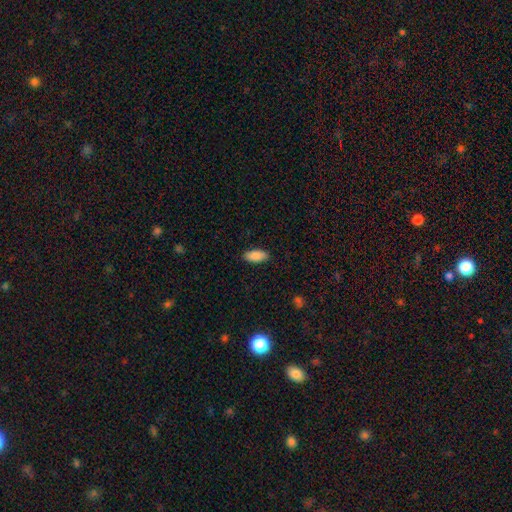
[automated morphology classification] The model was most divided on "how rounded": in between: 86%, cigar-shaped: 12%, round: 2%. More confident: smooth or featured — smooth (90%); merging — none (89%).